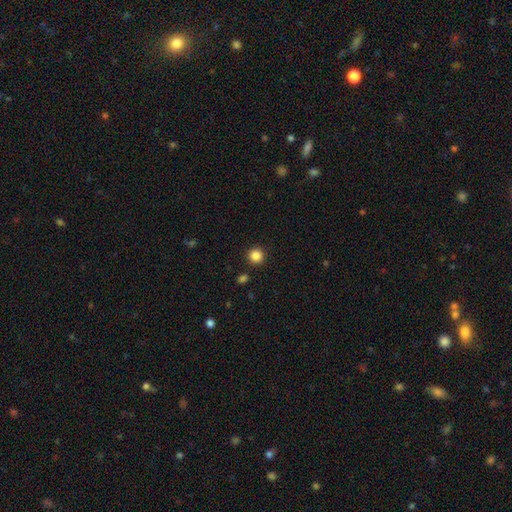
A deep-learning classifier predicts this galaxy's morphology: The model was most divided on "smooth or featured": smooth: 86%, star or artifact: 11%, featured or disk: 3%. More confident: how rounded — round (95%); merging — none (92%).